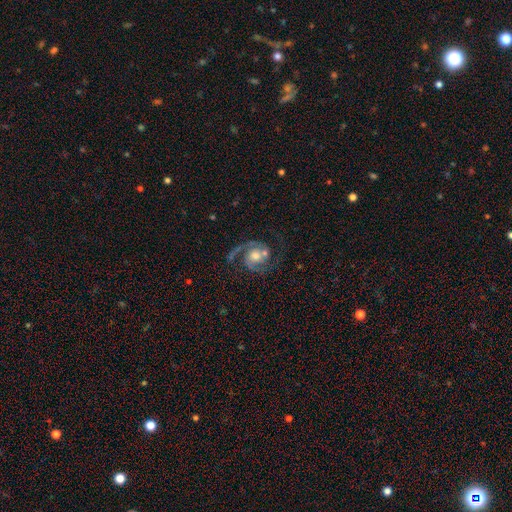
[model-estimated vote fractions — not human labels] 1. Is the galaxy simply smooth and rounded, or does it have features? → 89% featured or disk, 6% smooth, 5% star or artifact.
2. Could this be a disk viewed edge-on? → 98% no, 2% yes.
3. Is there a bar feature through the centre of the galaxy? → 70% no, 24% weak, 6% strong.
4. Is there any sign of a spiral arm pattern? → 97% yes, 3% no.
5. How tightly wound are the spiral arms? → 55% medium, 24% tight, 22% loose.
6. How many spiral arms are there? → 89% 2, 4% 1, 2% 3, 2% can't tell, 1% 4, 1% more than 4.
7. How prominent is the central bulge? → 62% moderate, 18% small, 15% large, 3% none, 2% dominant.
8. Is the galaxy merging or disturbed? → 65% none, 15% minor disturbance, 12% major disturbance, 7% merger.